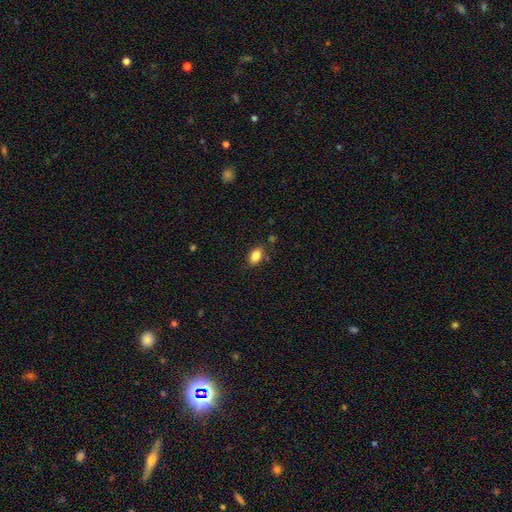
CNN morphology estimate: Q: Smooth or featured?
A: smooth (85%); runner-up: star or artifact (9%)
Q: How rounded?
A: in between (87%); runner-up: round (11%)
Q: Merging?
A: none (83%); runner-up: minor disturbance (12%)